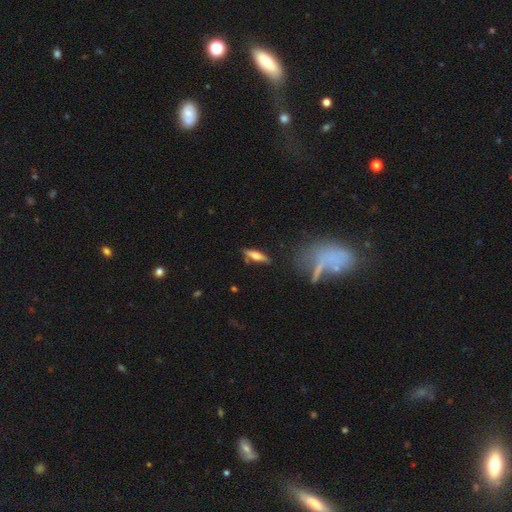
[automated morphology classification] smooth-or-featured: smooth: 51% | featured or disk: 41% | star or artifact: 7%
  how-rounded: cigar-shaped: 62% | in between: 35% | round: 3%
  merging: none: 79% | minor disturbance: 13% | merger: 4% | major disturbance: 4%